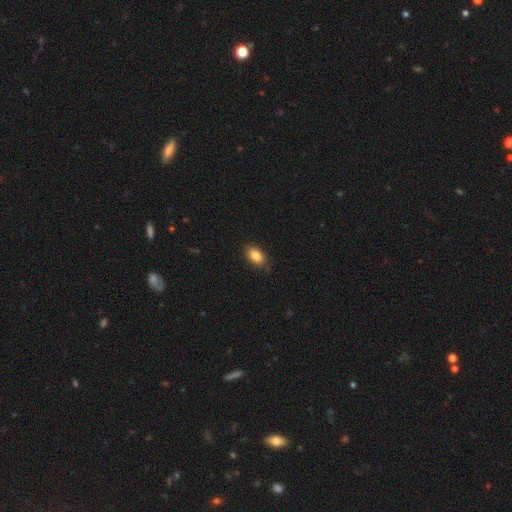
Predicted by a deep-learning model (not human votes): The model was most divided on "merging": none: 83%, minor disturbance: 13%, major disturbance: 2%, merger: 1%. More confident: how rounded — in between (90%); smooth or featured — smooth (85%).